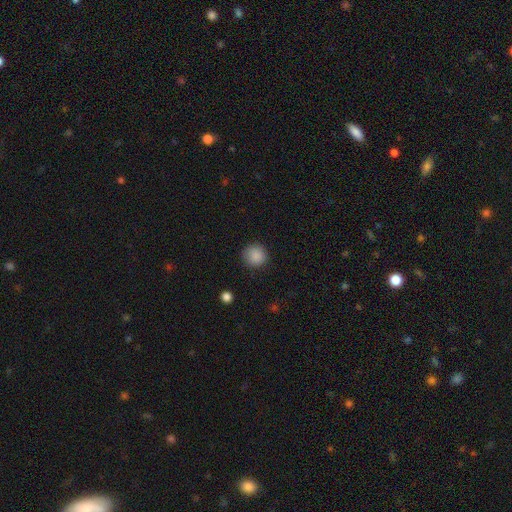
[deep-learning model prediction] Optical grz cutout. It shows a smooth galaxy with no disk features (88%) that is round (94%). Merging: none (89%).